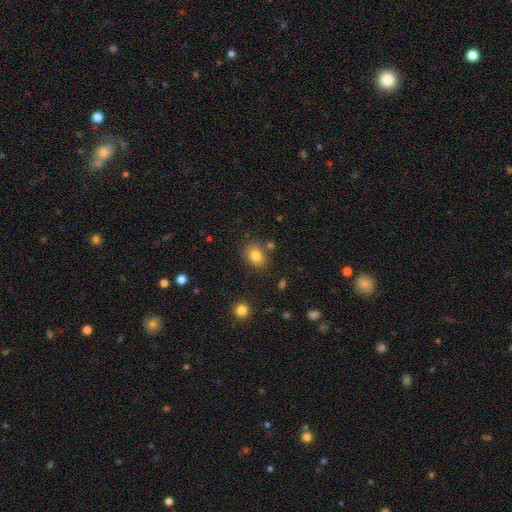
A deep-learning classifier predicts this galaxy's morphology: This is clearly a smooth galaxy (80%). How rounded: likely round (61%). Merging: likely none (74%).